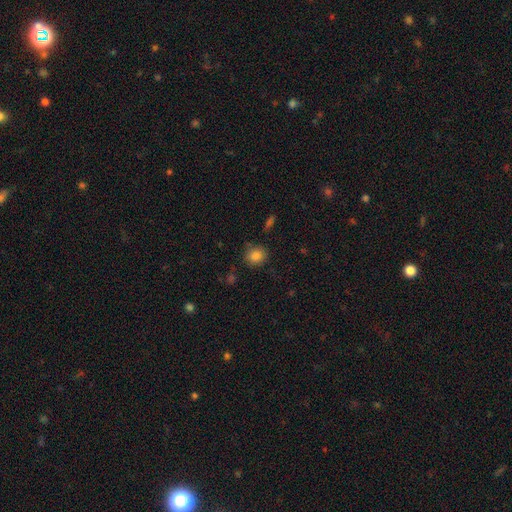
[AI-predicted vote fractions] smooth 85%, star or artifact 10%, featured or disk 5%. Down the decision tree: how rounded — round (67%); merging — none (81%).